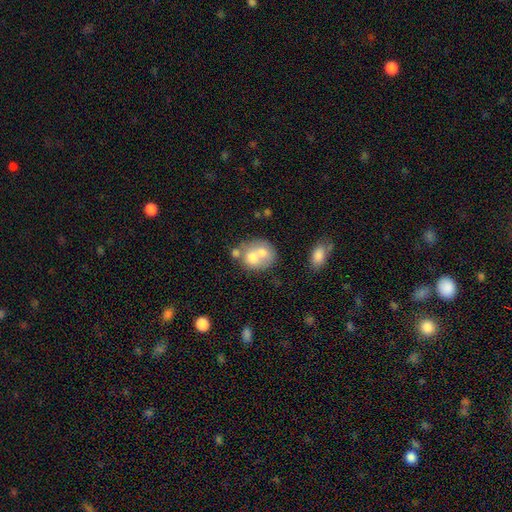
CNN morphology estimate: smooth_or_featured: smooth (p=0.62) [alt: featured or disk p=0.30]
how_rounded: round (p=0.60) [alt: in between p=0.39]
merging: merger (p=0.59) [alt: none p=0.26]